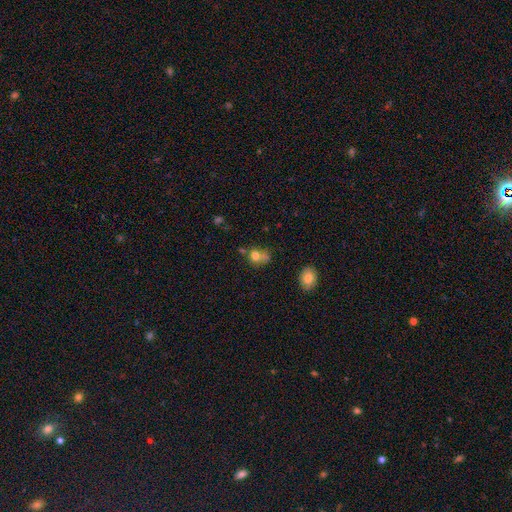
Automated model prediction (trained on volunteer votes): Morphology: type=smooth (73%); roundness=round (60%); merging=none (39%).